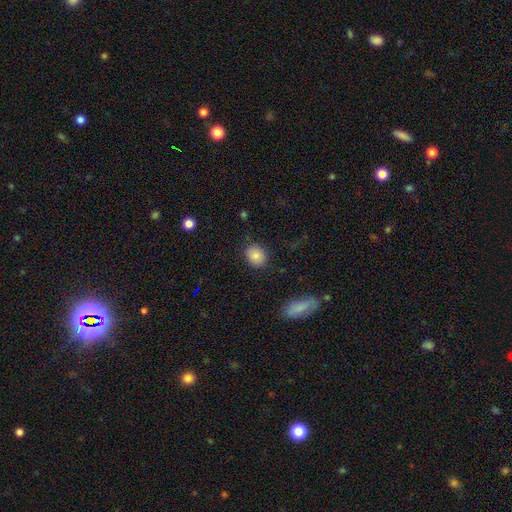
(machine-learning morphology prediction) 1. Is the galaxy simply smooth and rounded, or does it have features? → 85% smooth, 9% star or artifact, 6% featured or disk.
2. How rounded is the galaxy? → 58% round, 41% in between, 1% cigar-shaped.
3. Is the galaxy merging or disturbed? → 86% none, 9% minor disturbance, 3% major disturbance, 1% merger.